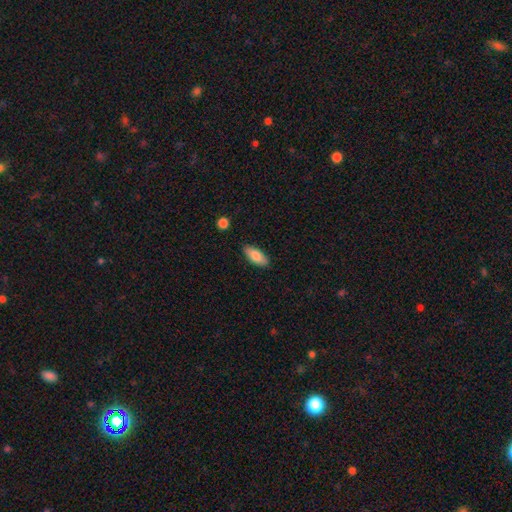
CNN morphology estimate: Smooth or featured? smooth (82%)
How rounded? in between (84%)
Merging? none (86%)